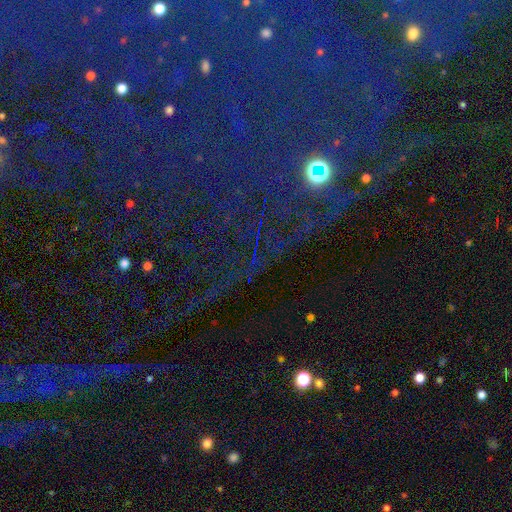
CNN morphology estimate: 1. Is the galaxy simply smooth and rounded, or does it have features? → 82% star or artifact, 10% smooth, 8% featured or disk.